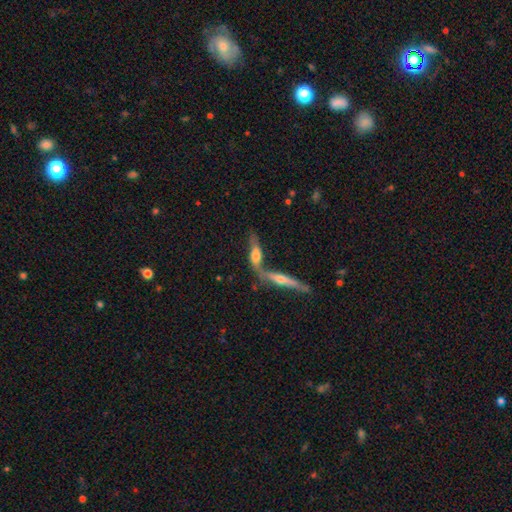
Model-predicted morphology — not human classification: A featured or disk galaxy (53%) viewed edge-on (74%).

Vote fractions:
- Smooth or featured? featured or disk: 53% / smooth: 39% / star or artifact: 8%
- Edge-on disk? yes: 74% / no: 26%
- Merging? merger: 54% / none: 31% / minor disturbance: 9% / major disturbance: 5%